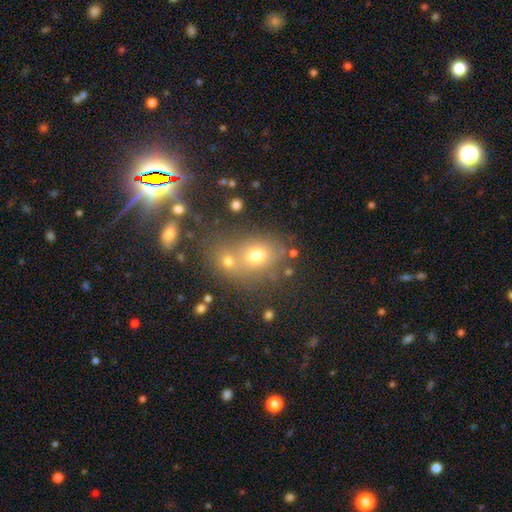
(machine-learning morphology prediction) smooth-or-featured: smooth: 62% | star or artifact: 22% | featured or disk: 15%
  how-rounded: round: 50% | in between: 48% | cigar-shaped: 1%
  merging: none: 48% | merger: 36% | minor disturbance: 11% | major disturbance: 5%